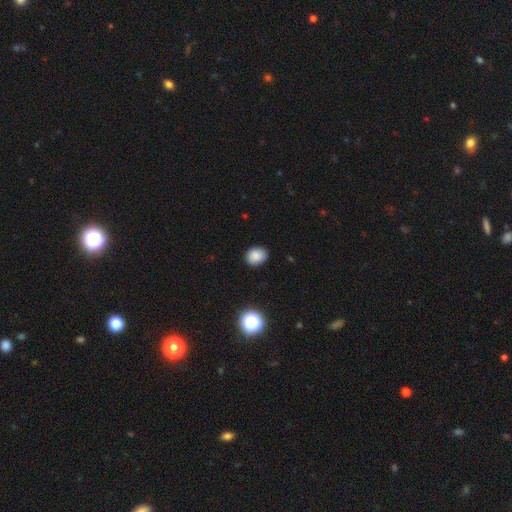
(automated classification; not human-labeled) smooth 85%, star or artifact 11%, featured or disk 4%. Down the decision tree: how rounded — round (56%); merging — none (85%).